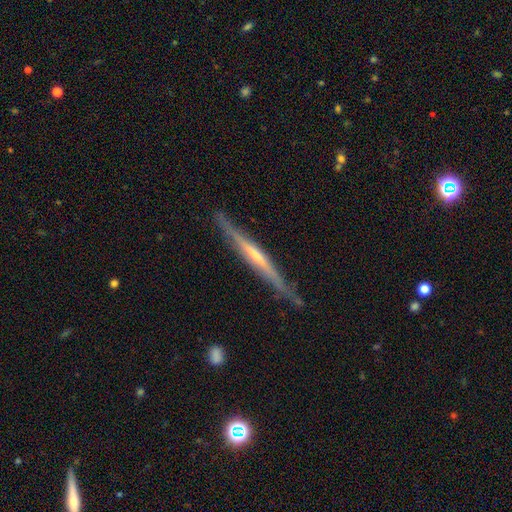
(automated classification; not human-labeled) A featured or disk galaxy (68%) viewed edge-on (96%) with no central bulge (62%).

Vote fractions:
- Smooth or featured? featured or disk: 68% / smooth: 27% / star or artifact: 5%
- Edge-on disk? yes: 96% / no: 4%
- Edge-on bulge? none: 62% / rounded: 25% / boxy: 14%
- Merging? none: 83% / minor disturbance: 13% / major disturbance: 2% / merger: 2%